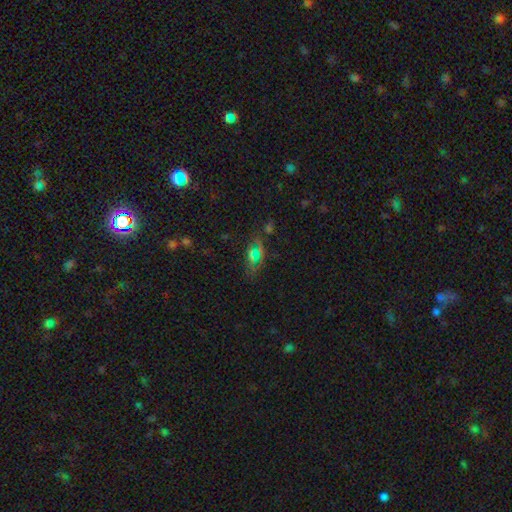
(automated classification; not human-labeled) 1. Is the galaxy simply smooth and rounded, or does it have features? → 41% star or artifact, 30% featured or disk, 29% smooth.